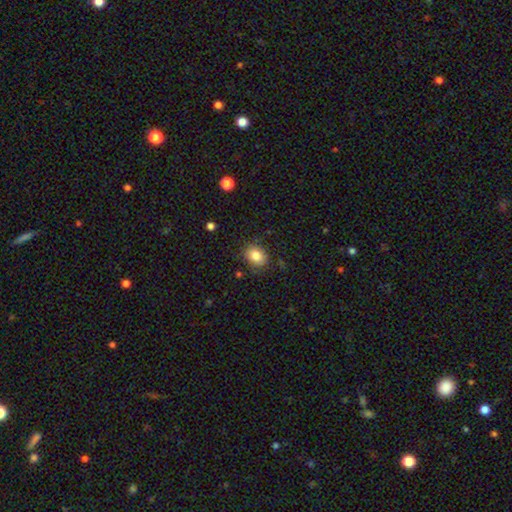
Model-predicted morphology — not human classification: Smooth or featured?
  - smooth: 84% *
  - star or artifact: 9%
  - featured or disk: 7%
How rounded?
  - in between: 55% *
  - round: 44%
  - cigar-shaped: 1%
Merging?
  - none: 82% *
  - minor disturbance: 13%
  - major disturbance: 3%
  - merger: 1%